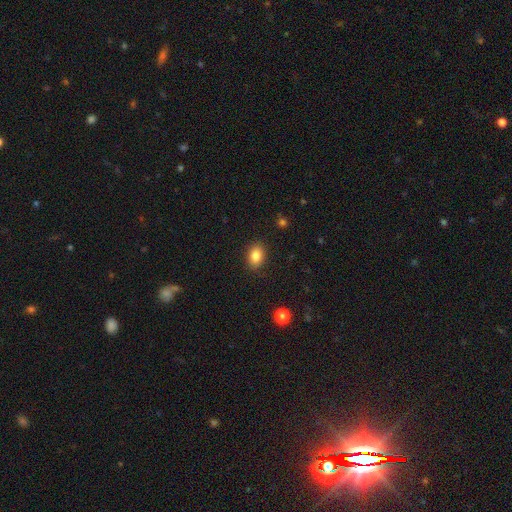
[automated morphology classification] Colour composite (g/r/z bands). It shows a smooth galaxy with no disk features (85%) that is in between round and cigar-shaped (75%). Merging: none (88%).